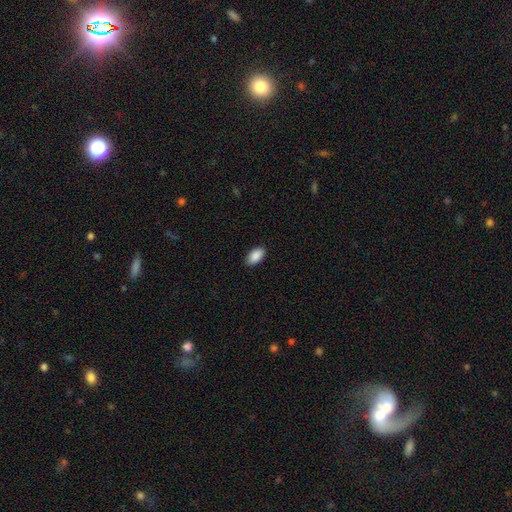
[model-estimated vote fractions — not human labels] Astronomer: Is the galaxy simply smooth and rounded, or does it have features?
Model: smooth — 90%.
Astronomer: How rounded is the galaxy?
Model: in between — 95%.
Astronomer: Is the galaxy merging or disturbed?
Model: none — 90%.